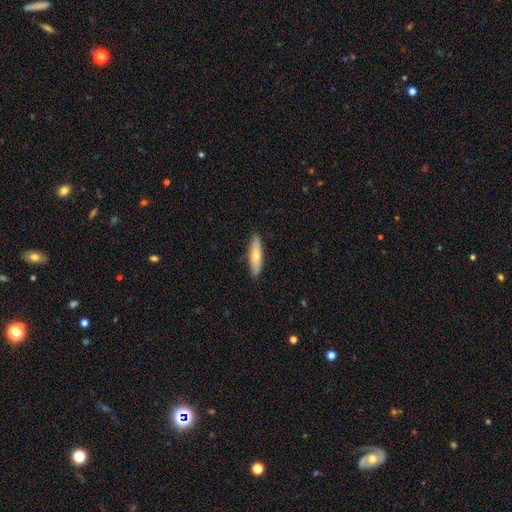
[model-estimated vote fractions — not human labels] A smooth galaxy with no disk features (63%) that is cigar-shaped (67%). Merging: none (89%).